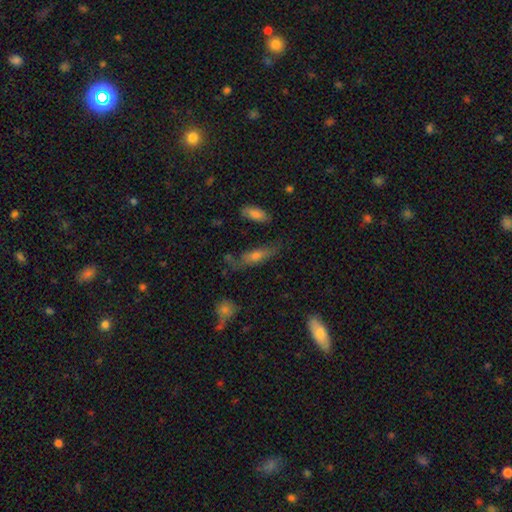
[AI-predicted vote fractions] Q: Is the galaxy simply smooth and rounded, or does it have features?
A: smooth — 53%.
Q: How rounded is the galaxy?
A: cigar-shaped — 50%.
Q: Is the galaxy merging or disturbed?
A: none — 61%.